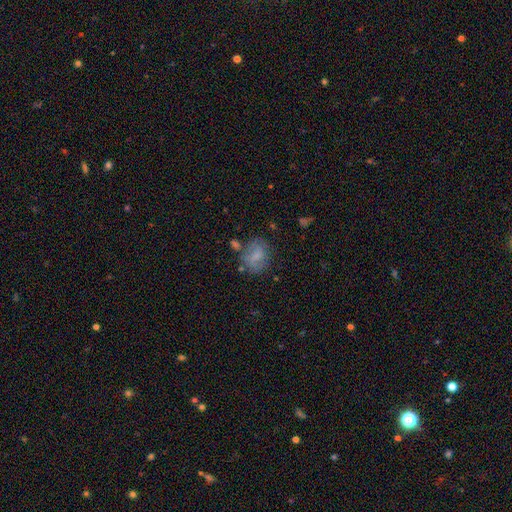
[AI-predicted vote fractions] The model was most divided on "how rounded": in between: 62%, round: 37%, cigar-shaped: 2%. More confident: smooth or featured — smooth (64%); merging — none (59%).